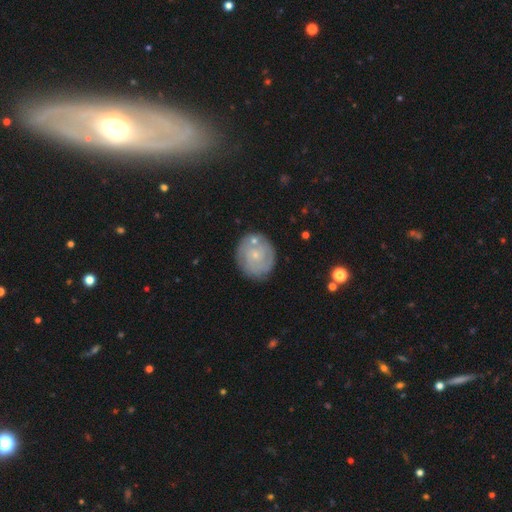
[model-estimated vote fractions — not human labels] Smooth or featured? Predicted: featured or disk (p=0.61). Edge-on disk? Predicted: no (p=0.98). Bar? Predicted: no (p=0.81). Spiral arms? Predicted: yes (p=0.76). Bulge size? Predicted: small (p=0.79). Merging? Predicted: none (p=0.76).